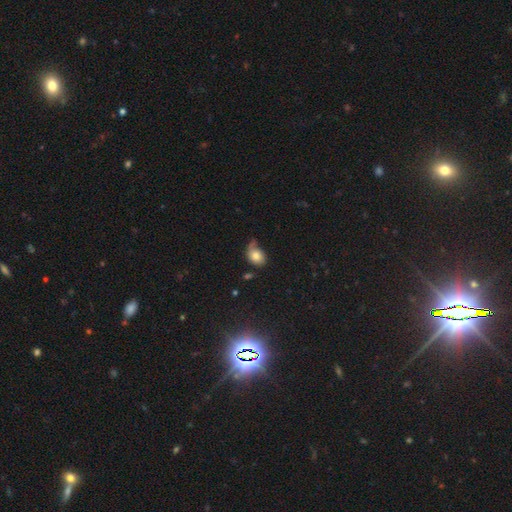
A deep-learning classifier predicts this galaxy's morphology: The model was most divided on "merging": none: 39%, minor disturbance: 33%, major disturbance: 20%, merger: 8%. More confident: smooth or featured — smooth (74%); how rounded — in between (64%).